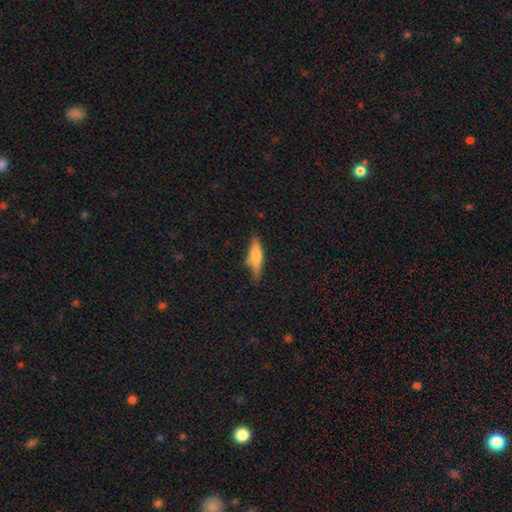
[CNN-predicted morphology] This is likely a smooth galaxy (66%). How rounded: likely cigar-shaped (62%). Merging: likely none (66%).